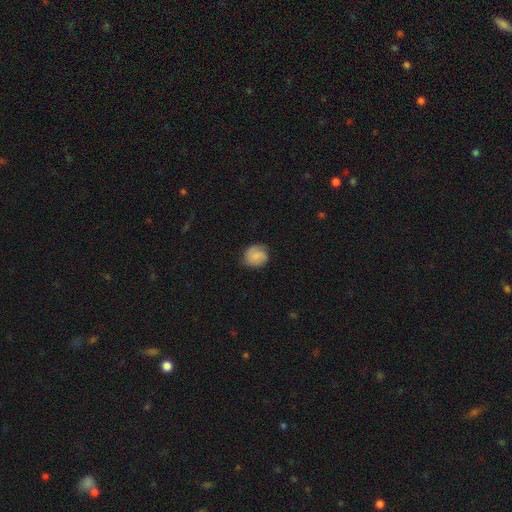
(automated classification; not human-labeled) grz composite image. It shows a smooth galaxy with no disk features (69%) that is round (78%). Merging: none (76%).